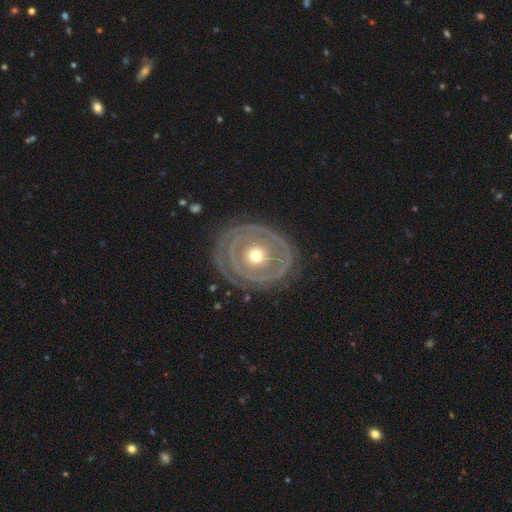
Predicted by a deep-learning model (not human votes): Smooth or featured: featured or disk — 75% (smooth — 21%)
Edge-on disk: no — 95% (yes — 5%)
Bar: no — 84% (weak — 11%)
Spiral arms: yes — 51% (no — 49%)
Bulge size: moderate — 67% (small — 25%)
Merging: none — 77% (minor disturbance — 15%)